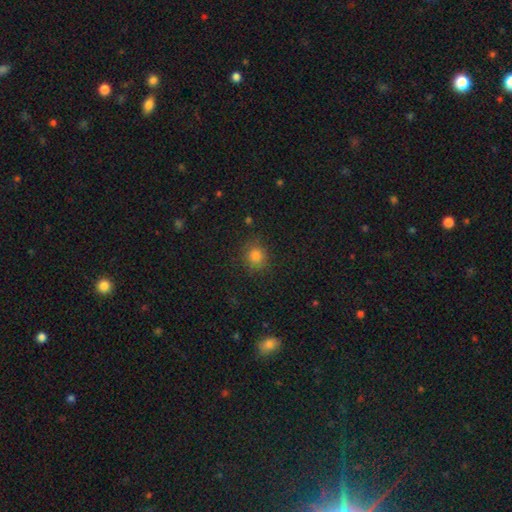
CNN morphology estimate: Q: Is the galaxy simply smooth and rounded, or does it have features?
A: smooth — 81%.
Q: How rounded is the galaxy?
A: round — 82%.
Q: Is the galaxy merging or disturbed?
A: none — 86%.